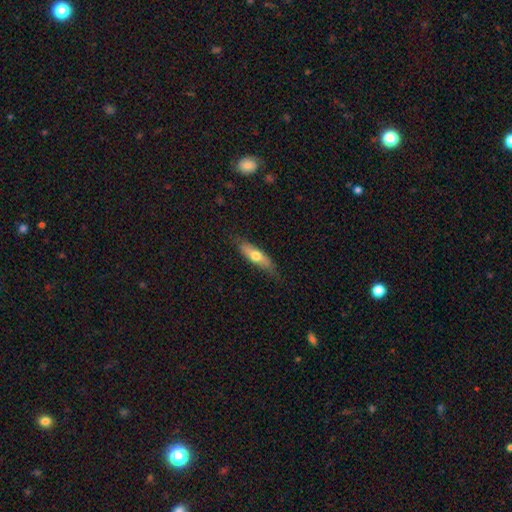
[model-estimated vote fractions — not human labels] smooth-or-featured: smooth: 62% | featured or disk: 33% | star or artifact: 6%
  how-rounded: cigar-shaped: 55% | in between: 43% | round: 2%
  merging: none: 76% | minor disturbance: 19% | major disturbance: 4% | merger: 1%